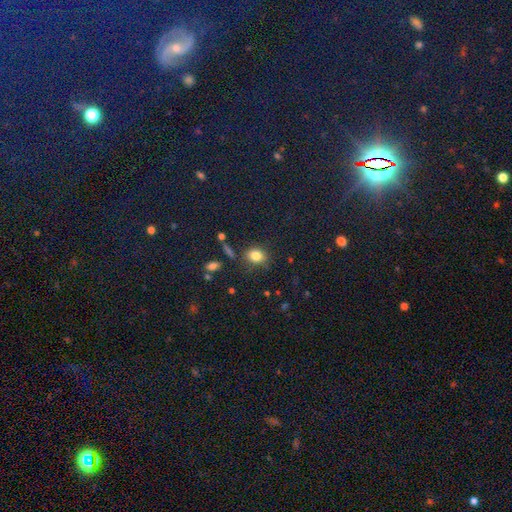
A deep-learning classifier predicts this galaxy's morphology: Smooth or featured? smooth (80%)
How rounded? in between (56%)
Merging? none (75%)